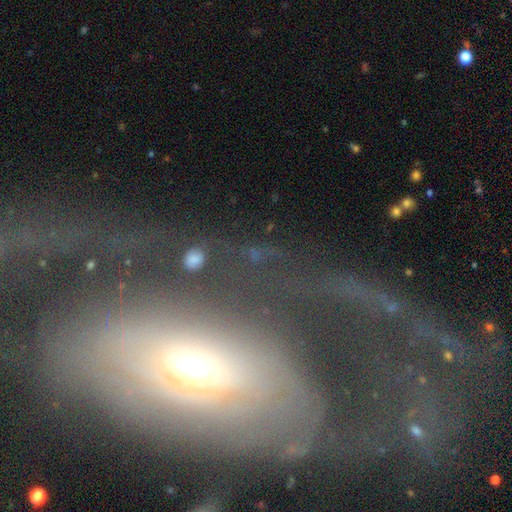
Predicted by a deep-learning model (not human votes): This is likely a featured or disk galaxy (70%). It is clearly not viewed edge-on (88%). Bar: likely no (66%). Spiral arm pattern: possibly yes (57%). Central bulge: possibly moderate (48%). Merging: marginally major disturbance (43%).